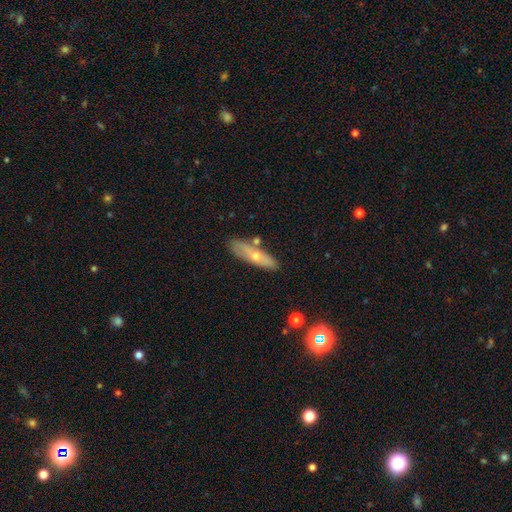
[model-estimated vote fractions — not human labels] Smooth or featured: smooth — 48% (featured or disk — 43%)
Merging: none — 76% (minor disturbance — 14%)